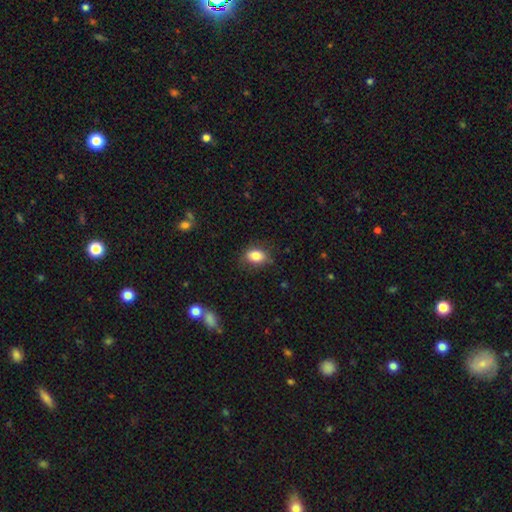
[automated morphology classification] Smooth or featured?
  - smooth: 84% *
  - star or artifact: 9%
  - featured or disk: 7%
How rounded?
  - in between: 78% *
  - round: 21%
  - cigar-shaped: 2%
Merging?
  - none: 80% *
  - minor disturbance: 15%
  - major disturbance: 4%
  - merger: 1%